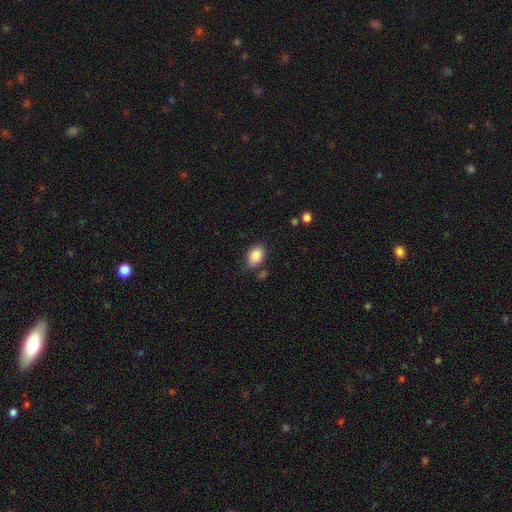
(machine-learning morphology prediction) smooth-or-featured: smooth: 87% | star or artifact: 8% | featured or disk: 5%
  how-rounded: in between: 85% | round: 14% | cigar-shaped: 1%
  merging: none: 75% | minor disturbance: 17% | merger: 4% | major disturbance: 4%